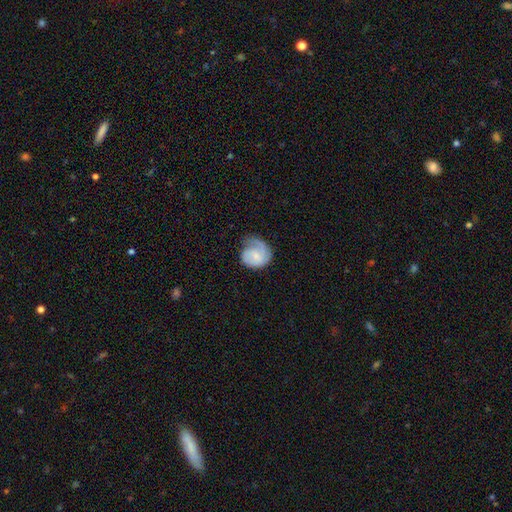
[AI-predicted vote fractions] A featured or disk galaxy (54%) with no bar (64%), spiral arms (88%) and a small central bulge (58%).

Vote fractions:
- Smooth or featured? featured or disk: 54% / smooth: 40% / star or artifact: 6%
- Edge-on disk? no: 98% / yes: 2%
- Bar? no: 64% / weak: 31% / strong: 5%
- Spiral arms? yes: 88% / no: 12%
- Bulge size? small: 58% / moderate: 24% / none: 15% / large: 2% / dominant: 1%
- Merging? none: 48% / minor disturbance: 30% / major disturbance: 20% / merger: 2%